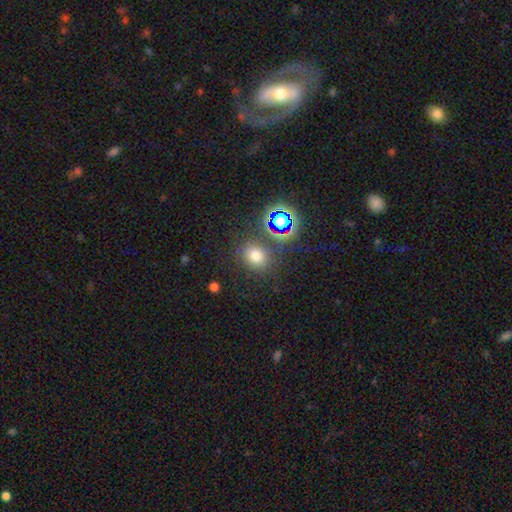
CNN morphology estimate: smooth_or_featured: smooth (p=0.67) [alt: star or artifact p=0.25]
how_rounded: round (p=0.61) [alt: in between p=0.38]
merging: none (p=0.79) [alt: minor disturbance p=0.11]